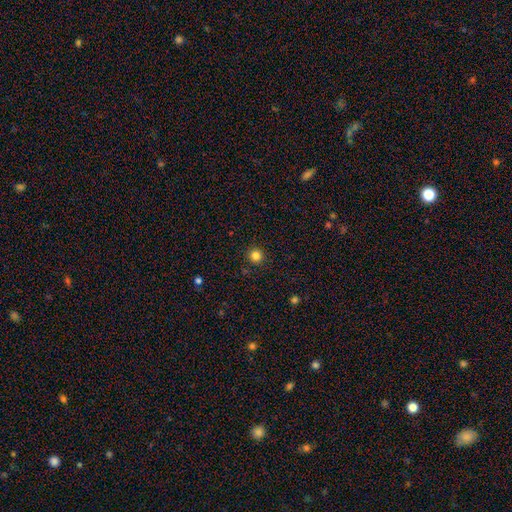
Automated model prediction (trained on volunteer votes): smooth 83%, star or artifact 13%, featured or disk 4%. Down the decision tree: how rounded — round (95%); merging — none (92%).